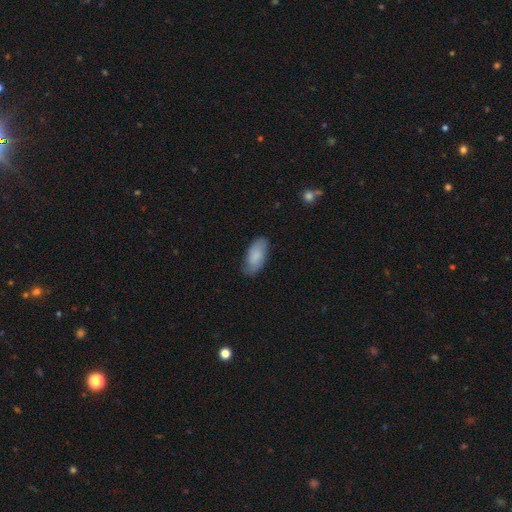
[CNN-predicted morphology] smooth_or_featured: smooth (p=0.82) [alt: featured or disk p=0.12]
how_rounded: in between (p=0.92) [alt: cigar-shaped p=0.06]
merging: none (p=0.78) [alt: minor disturbance p=0.18]